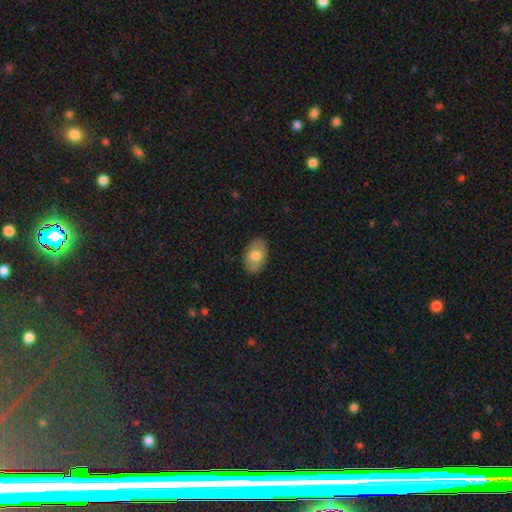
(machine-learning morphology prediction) Q: Smooth or featured?
A: smooth (73%); runner-up: featured or disk (21%)
Q: How rounded?
A: in between (89%); runner-up: round (10%)
Q: Merging?
A: none (86%); runner-up: minor disturbance (11%)